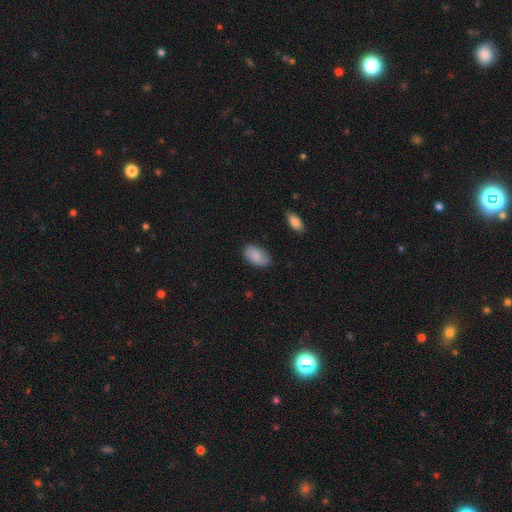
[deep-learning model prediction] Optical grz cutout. It shows a smooth galaxy with no disk features (84%) that is in between round and cigar-shaped (94%). Merging: none (81%).